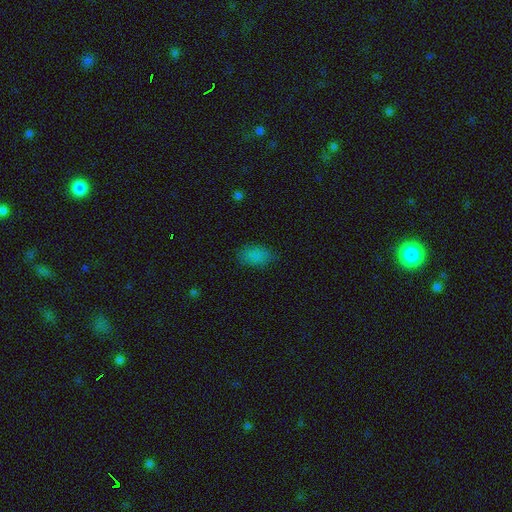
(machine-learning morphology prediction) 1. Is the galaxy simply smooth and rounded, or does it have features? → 84% smooth, 11% star or artifact, 5% featured or disk.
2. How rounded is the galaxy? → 92% in between, 6% round, 2% cigar-shaped.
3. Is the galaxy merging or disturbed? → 77% none, 17% minor disturbance, 4% major disturbance, 1% merger.